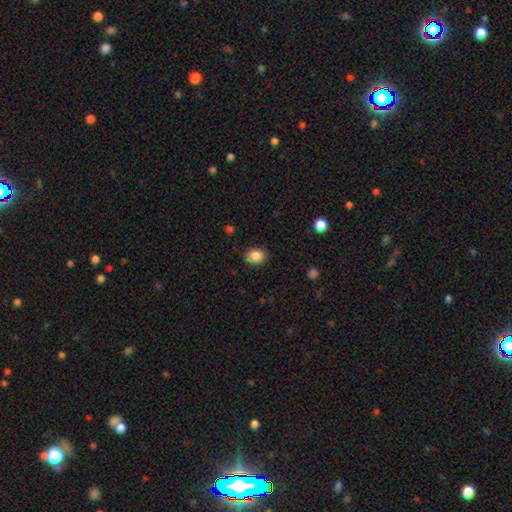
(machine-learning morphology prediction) A smooth galaxy with no disk features (87%) that is in between round and cigar-shaped (65%). Merging: none (86%).